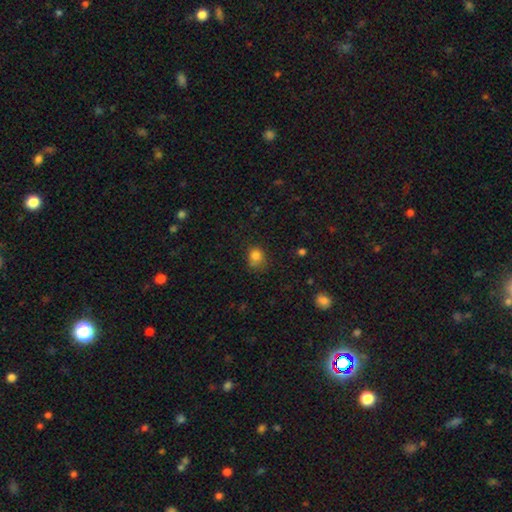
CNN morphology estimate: This appears to be a smooth galaxy with no disk features (81%) that is round (66%). Merging: none (59%).